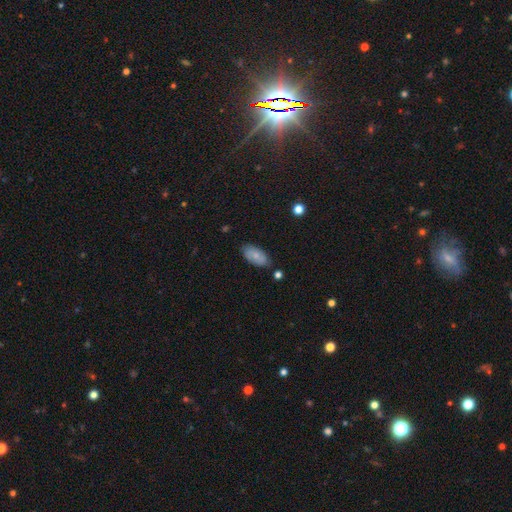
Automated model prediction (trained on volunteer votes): This appears to be a smooth galaxy with no disk features (72%) that is in between round and cigar-shaped (93%). Merging: none (79%).